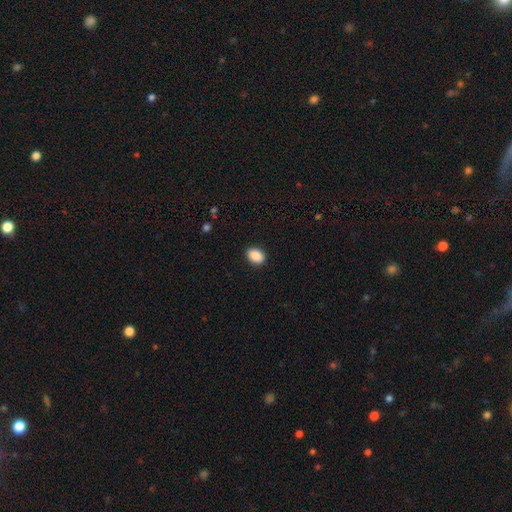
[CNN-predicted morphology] Overall: smooth (90%). How rounded: in between (78%). Merging: none (89%).